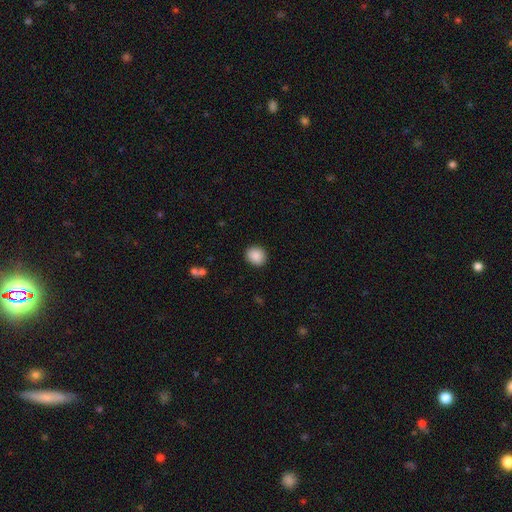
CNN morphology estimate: smooth 89%, star or artifact 8%, featured or disk 3%. Down the decision tree: how rounded — round (76%); merging — none (90%).